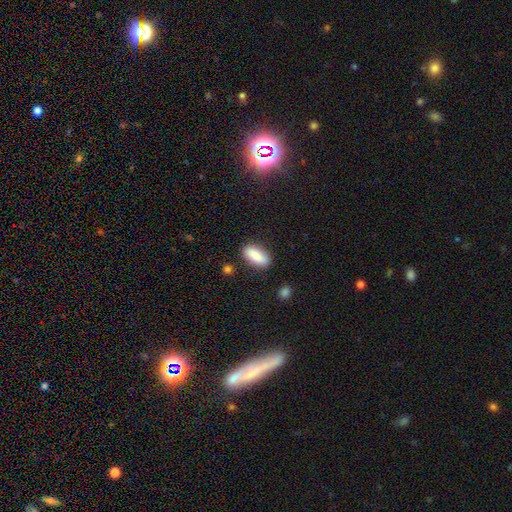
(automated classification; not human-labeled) smooth 86%, featured or disk 8%, star or artifact 6%. Down the decision tree: how rounded — in between (81%); merging — none (84%).